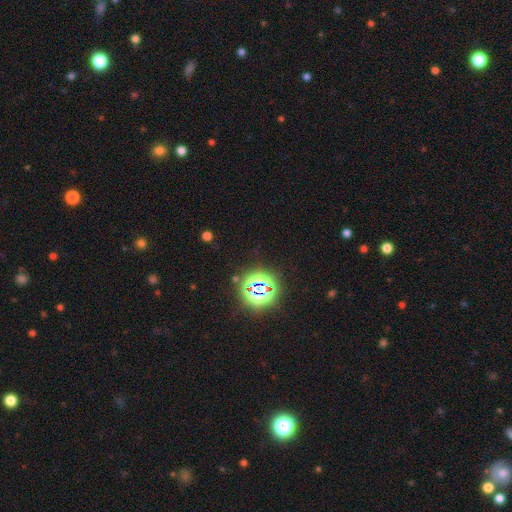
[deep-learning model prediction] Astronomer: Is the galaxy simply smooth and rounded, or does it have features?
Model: star or artifact — 80%.